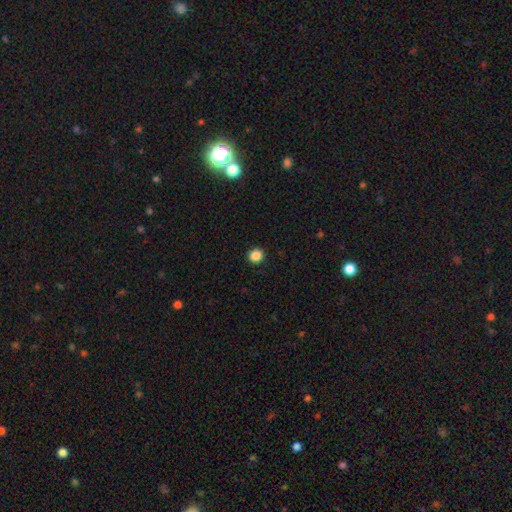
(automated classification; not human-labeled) Smooth or featured?
  - smooth: 87% *
  - star or artifact: 11%
  - featured or disk: 3%
How rounded?
  - round: 91% *
  - in between: 8%
  - cigar-shaped: 1%
Merging?
  - none: 93% *
  - minor disturbance: 5%
  - major disturbance: 2%
  - merger: 1%